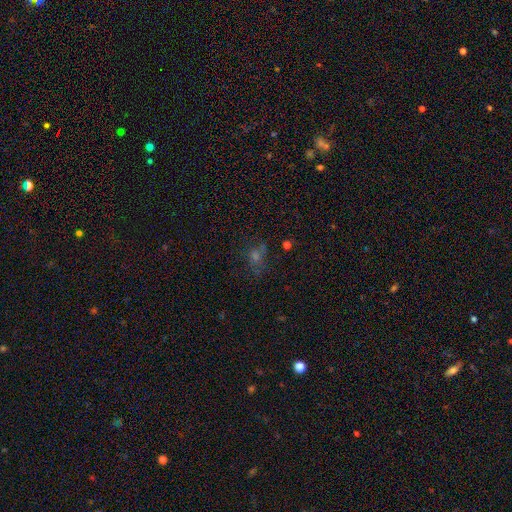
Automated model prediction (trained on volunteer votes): Morphology: type=smooth (43%); merging=none (61%).